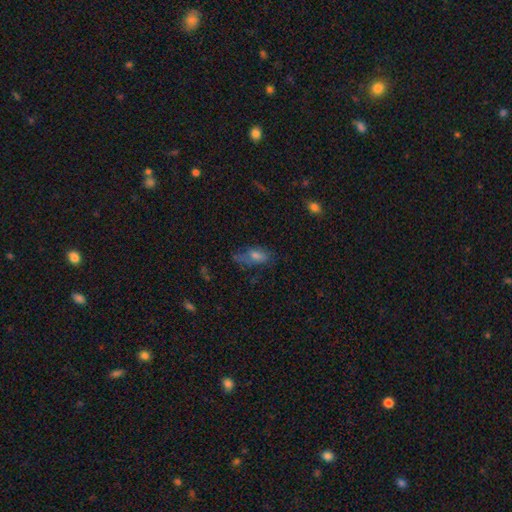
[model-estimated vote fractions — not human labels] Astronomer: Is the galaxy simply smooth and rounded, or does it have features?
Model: smooth — 56%.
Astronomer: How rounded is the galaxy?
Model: in between — 75%.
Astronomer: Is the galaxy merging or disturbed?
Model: none — 54%.